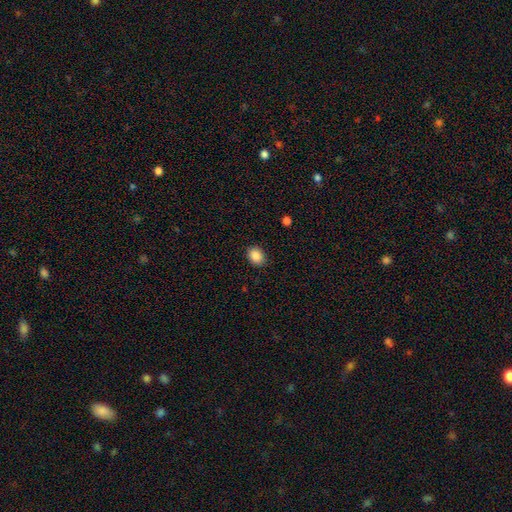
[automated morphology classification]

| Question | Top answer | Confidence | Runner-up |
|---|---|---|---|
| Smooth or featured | smooth | 88% | star or artifact (9%) |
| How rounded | in between | 57% | round (42%) |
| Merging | none | 88% | minor disturbance (9%) |